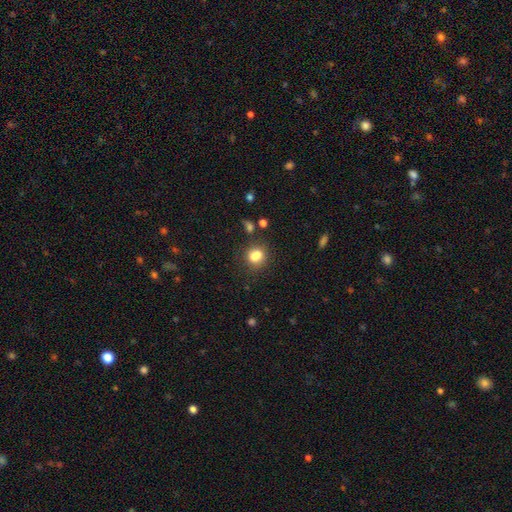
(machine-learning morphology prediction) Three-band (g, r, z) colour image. It shows a smooth galaxy with no disk features (80%) that is round (64%). Merging: none (61%).